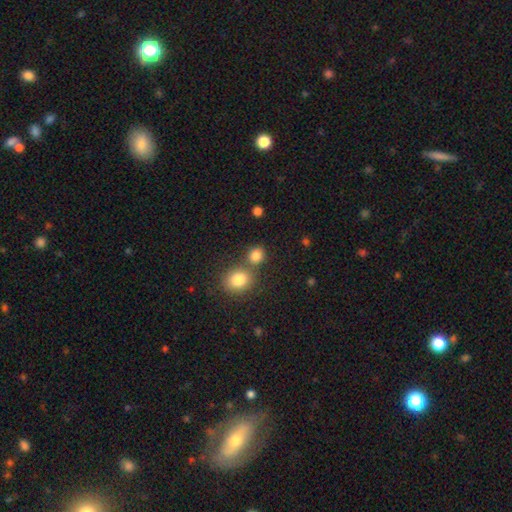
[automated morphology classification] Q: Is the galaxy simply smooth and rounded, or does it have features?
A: smooth — 83%.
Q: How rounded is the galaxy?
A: round — 77%.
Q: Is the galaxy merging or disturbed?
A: none — 60%.